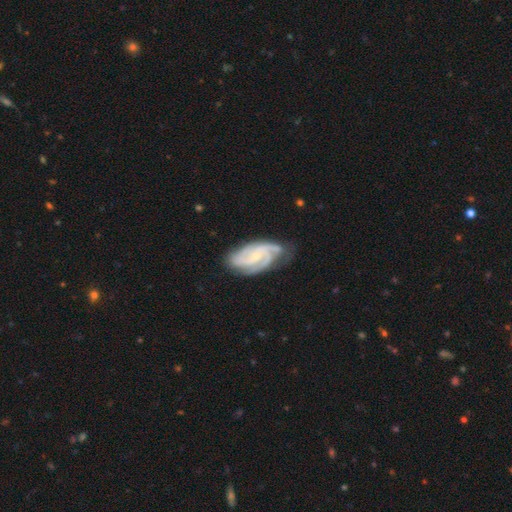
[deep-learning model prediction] This is clearly a featured or disk galaxy (88%). It is clearly not viewed edge-on (97%). Bar: possibly no (58%). Spiral arm pattern: clearly yes (98%). Spiral arm count: possibly 3 (51%). Spiral winding: possibly tight (52%). Central bulge: likely small (72%). Merging: likely none (68%).